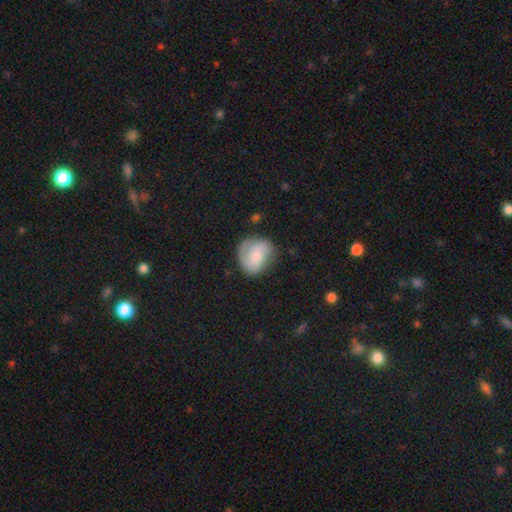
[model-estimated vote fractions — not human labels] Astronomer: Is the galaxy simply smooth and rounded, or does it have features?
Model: smooth — 48% (runner-up: featured or disk, 44%).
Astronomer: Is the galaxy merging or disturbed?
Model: none — 59%.